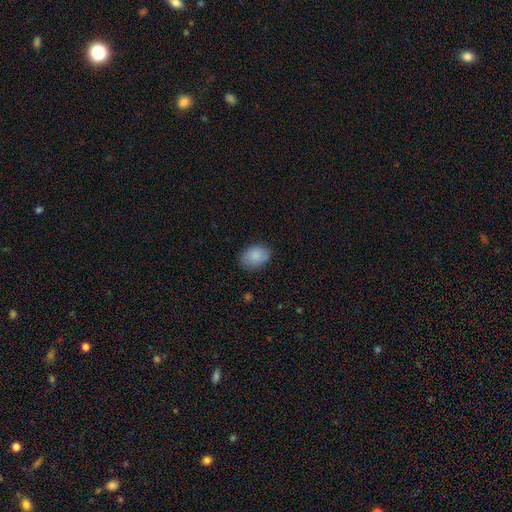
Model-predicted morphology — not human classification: Smooth or featured? smooth (87%)
How rounded? in between (73%)
Merging? none (81%)